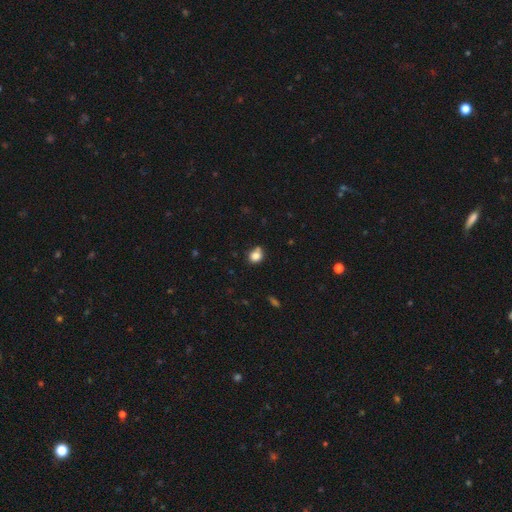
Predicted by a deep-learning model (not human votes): Smooth or featured? smooth (82%)
How rounded? round (65%)
Merging? none (60%)